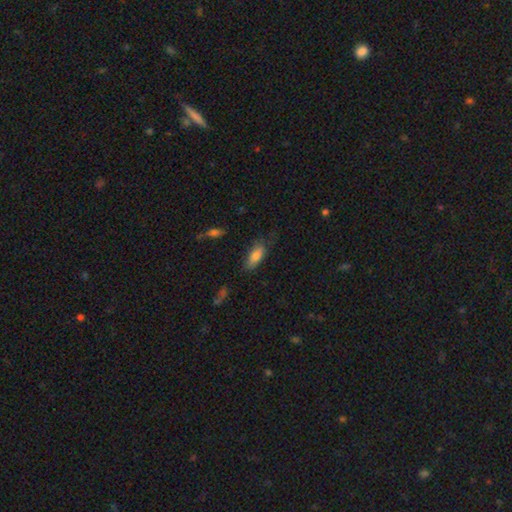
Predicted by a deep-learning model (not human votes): smooth_or_featured: smooth (p=0.80) [alt: featured or disk p=0.12]
how_rounded: in between (p=0.76) [alt: cigar-shaped p=0.22]
merging: none (p=0.68) [alt: minor disturbance p=0.23]